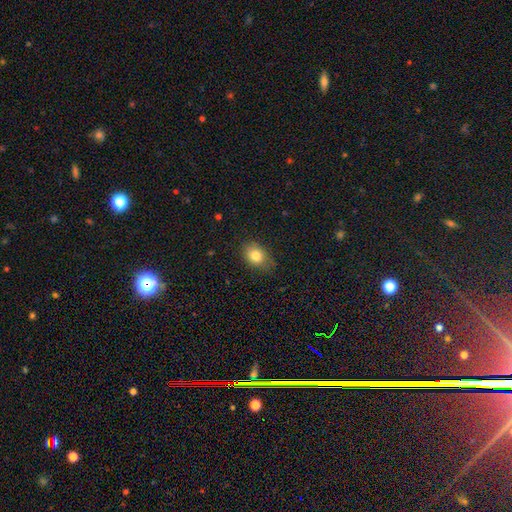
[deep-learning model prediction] Smooth or featured?
  - smooth: 81% *
  - star or artifact: 10%
  - featured or disk: 9%
How rounded?
  - in between: 68% *
  - round: 31%
  - cigar-shaped: 1%
Merging?
  - none: 75% *
  - minor disturbance: 20%
  - major disturbance: 4%
  - merger: 1%